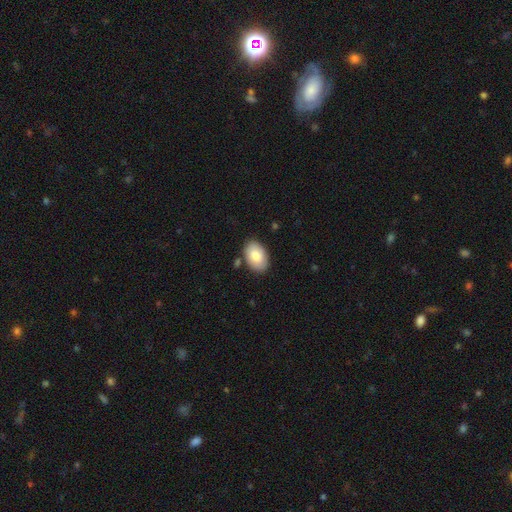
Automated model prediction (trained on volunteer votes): smooth_or_featured: smooth (p=0.82) [alt: featured or disk p=0.12]
how_rounded: in between (p=0.91) [alt: round p=0.08]
merging: none (p=0.84) [alt: minor disturbance p=0.11]